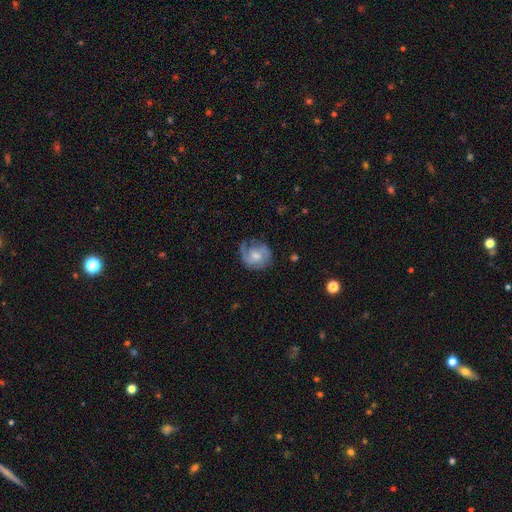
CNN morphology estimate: type=featured or disk (67%); edge-on=no (98%); bar=no (64%); spiral arms=yes (90%); winding=medium (42%); arm count=2 (45%); bulge=moderate (53%); merging=none (61%).